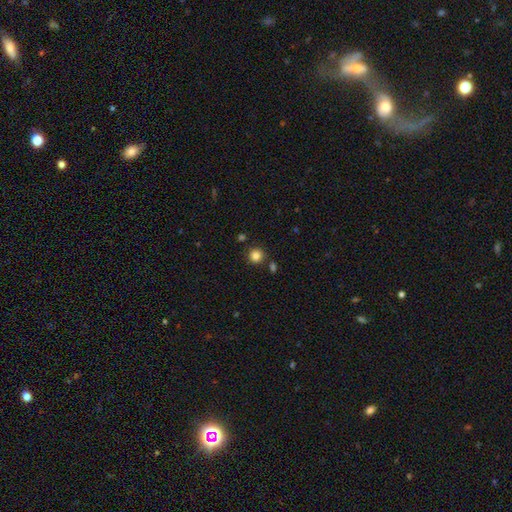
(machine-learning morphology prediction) smooth-or-featured: smooth: 84% | star or artifact: 11% | featured or disk: 4%
  how-rounded: round: 93% | in between: 6% | cigar-shaped: 1%
  merging: none: 85% | minor disturbance: 7% | merger: 5% | major disturbance: 2%